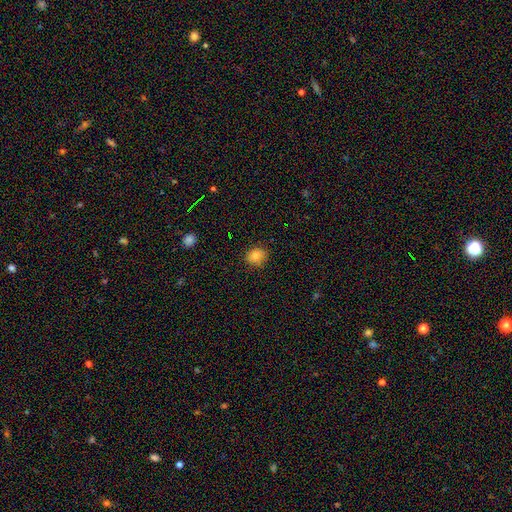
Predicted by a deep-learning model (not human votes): This appears to be a smooth galaxy with no disk features (83%) that is round (63%). Merging: none (87%).